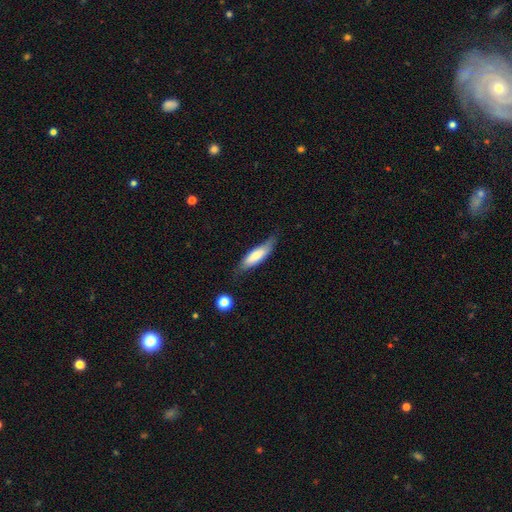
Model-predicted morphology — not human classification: Smooth or featured: smooth — 73% (featured or disk — 21%)
How rounded: cigar-shaped — 54% (in between — 45%)
Merging: none — 63% (minor disturbance — 28%)